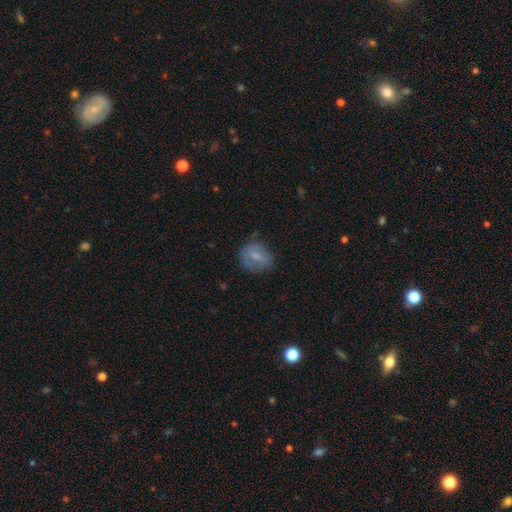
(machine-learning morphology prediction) Smooth or featured? smooth (60%)
How rounded? round (53%)
Merging? none (63%)